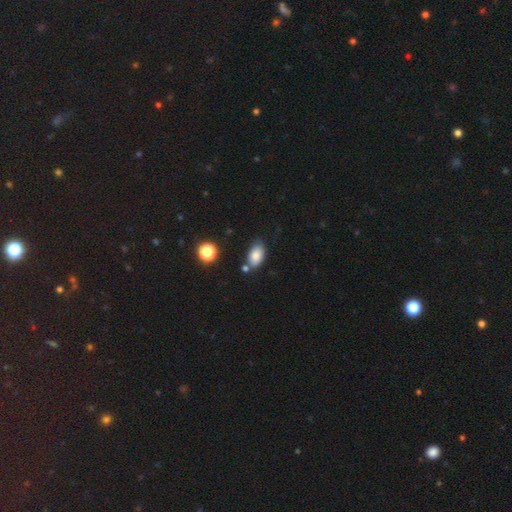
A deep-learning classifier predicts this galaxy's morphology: Overall: smooth (83%). How rounded: in between (91%). Merging: none (65%).